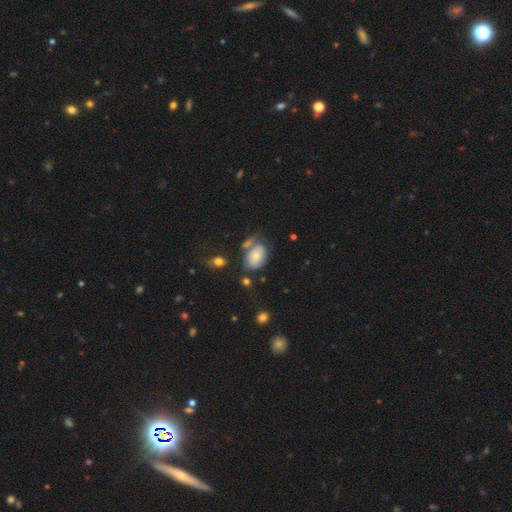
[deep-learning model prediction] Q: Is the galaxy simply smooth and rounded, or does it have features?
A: smooth — 68%.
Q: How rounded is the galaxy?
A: in between — 82%.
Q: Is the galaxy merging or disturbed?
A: none — 46%.